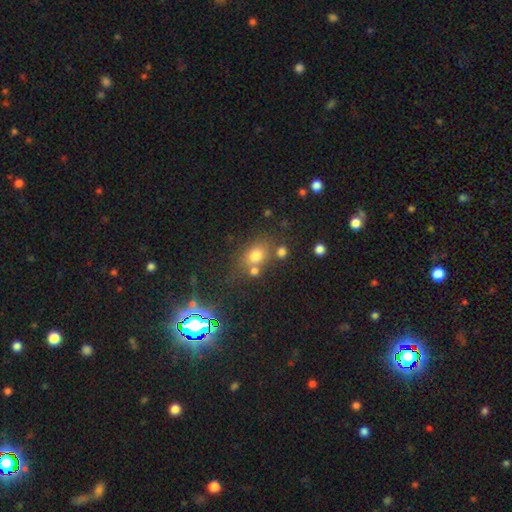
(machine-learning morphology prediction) smooth-or-featured: smooth: 69% | star or artifact: 21% | featured or disk: 10%
  how-rounded: in between: 52% | round: 46% | cigar-shaped: 2%
  merging: none: 61% | merger: 19% | minor disturbance: 13% | major disturbance: 6%